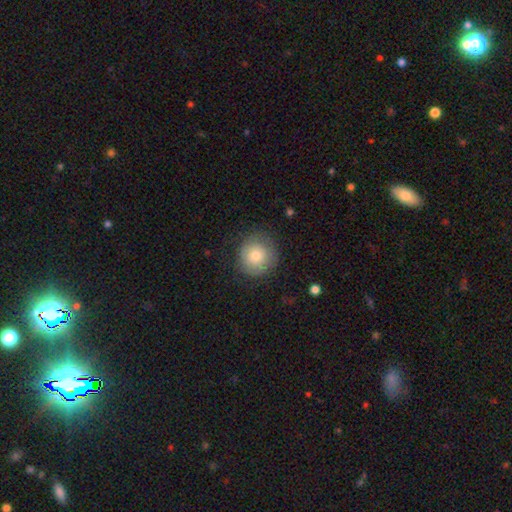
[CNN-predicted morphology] smooth_or_featured: smooth (p=0.77) [alt: featured or disk p=0.15]
how_rounded: round (p=0.93) [alt: in between p=0.06]
merging: none (p=0.79) [alt: minor disturbance p=0.15]